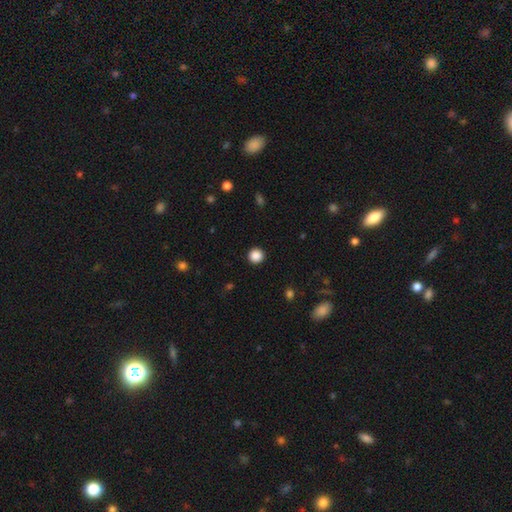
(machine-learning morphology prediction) smooth 87%, star or artifact 11%, featured or disk 3%. Down the decision tree: how rounded — round (95%); merging — none (93%).